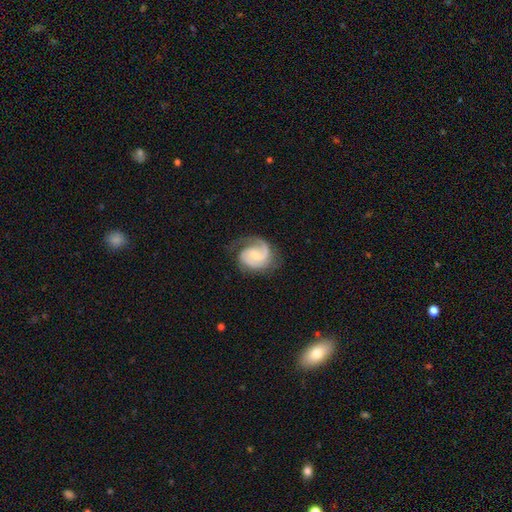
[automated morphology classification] A featured or disk galaxy (85%) with no bar (46%), 2 (61%) medium (45%) spiral arms (97%) and a small central bulge (53%). Merging: none (64%).